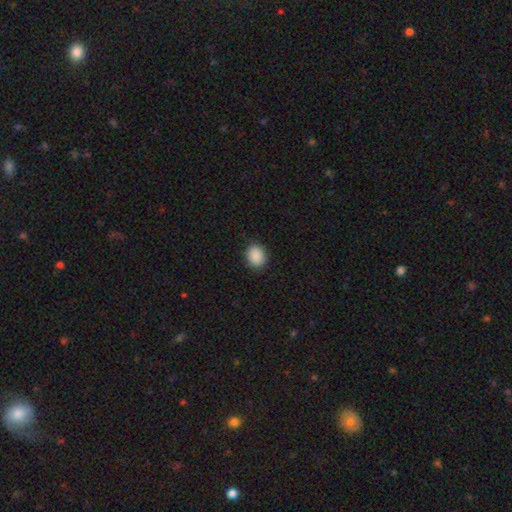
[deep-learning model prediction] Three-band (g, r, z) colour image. It shows a smooth galaxy with no disk features (89%) that is round (58%). Merging: none (89%).